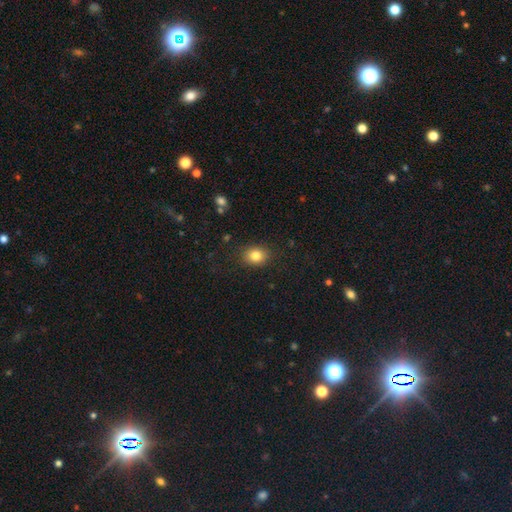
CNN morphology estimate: Smooth or featured?
  - smooth: 83% *
  - star or artifact: 10%
  - featured or disk: 7%
How rounded?
  - round: 56% *
  - in between: 43%
  - cigar-shaped: 1%
Merging?
  - none: 87% *
  - minor disturbance: 9%
  - major disturbance: 3%
  - merger: 1%